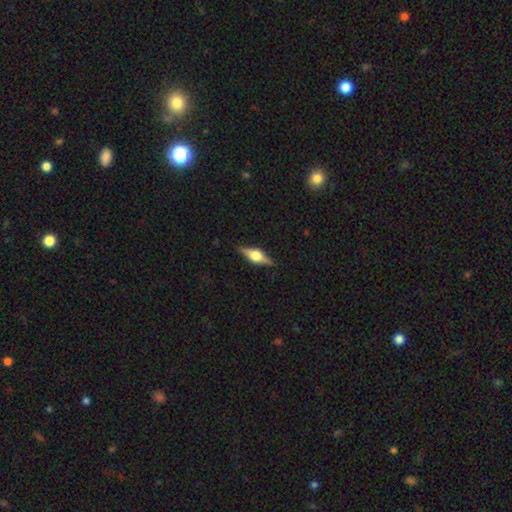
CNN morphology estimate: smooth-or-featured: featured or disk: 69% | smooth: 24% | star or artifact: 6%
  disk-edge-on: yes: 96% | no: 4%
    edge-on-bulge: rounded: 93% | boxy: 6% | none: 1%
  merging: none: 88% | minor disturbance: 9% | major disturbance: 2% | merger: 1%